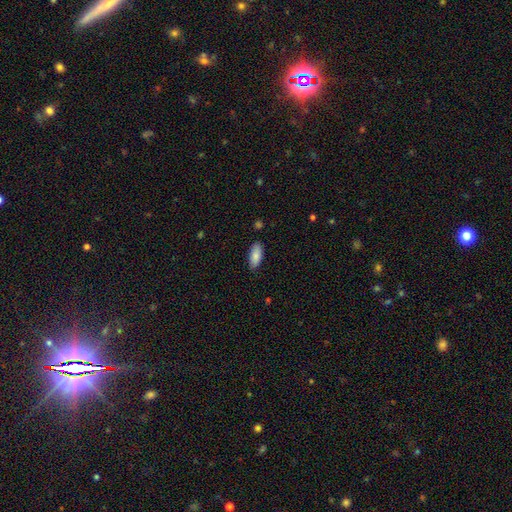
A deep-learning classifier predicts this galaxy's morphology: This is clearly a smooth galaxy (86%). How rounded: clearly in between (84%). Merging: clearly none (86%).